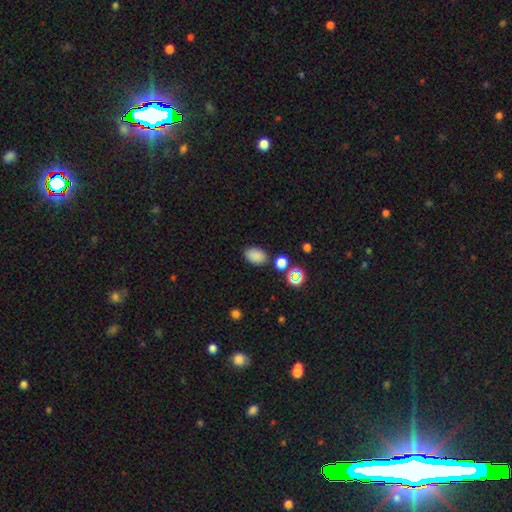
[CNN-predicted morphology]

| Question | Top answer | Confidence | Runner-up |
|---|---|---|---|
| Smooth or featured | smooth | 83% | star or artifact (13%) |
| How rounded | in between | 84% | round (15%) |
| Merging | none | 80% | minor disturbance (11%) |